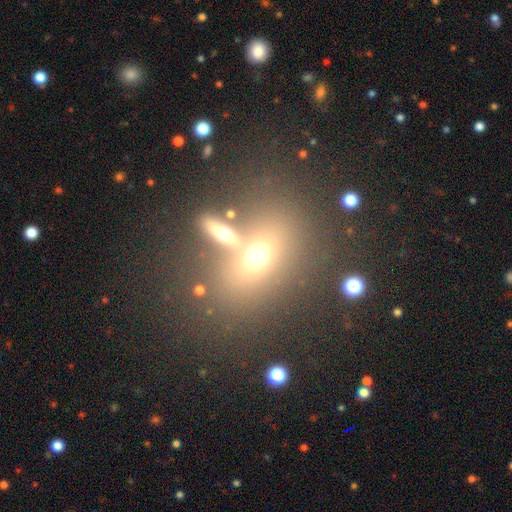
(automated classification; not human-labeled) This is possibly a smooth galaxy (56%). How rounded: possibly in between (58%). Merging: possibly none (53%).